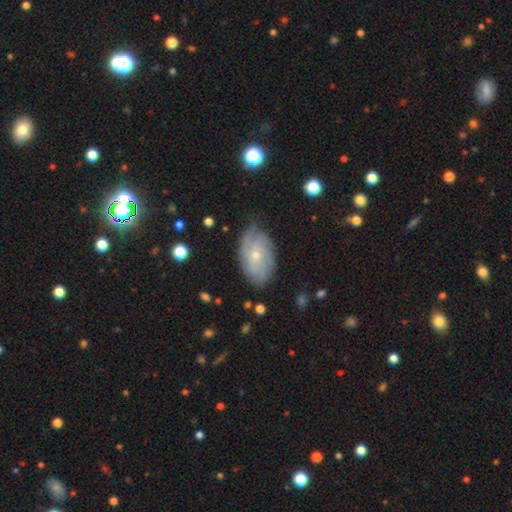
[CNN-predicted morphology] This is likely a featured or disk galaxy (68%). It is clearly not viewed edge-on (94%). Bar: likely no (69%). Spiral arm pattern: clearly yes (87%). Spiral arm count: possibly can't tell (47%). Spiral winding: possibly tight (59%). Central bulge: likely small (65%). Merging: likely none (74%).